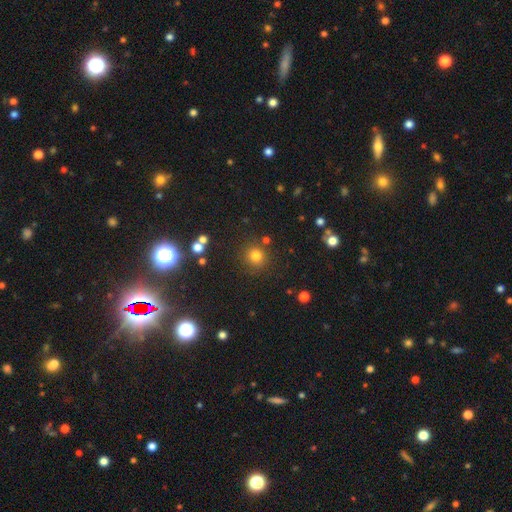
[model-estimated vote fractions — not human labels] Smooth or featured?
  - smooth: 77% *
  - star or artifact: 17%
  - featured or disk: 6%
How rounded?
  - round: 93% *
  - in between: 6%
  - cigar-shaped: 1%
Merging?
  - none: 84% *
  - minor disturbance: 8%
  - merger: 5%
  - major disturbance: 3%